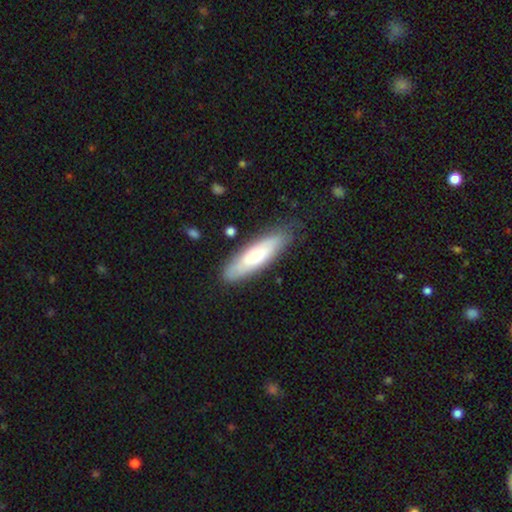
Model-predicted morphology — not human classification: Smooth or featured? Predicted: smooth (p=0.59). How rounded? Predicted: cigar-shaped (p=0.57). Merging? Predicted: none (p=0.79).